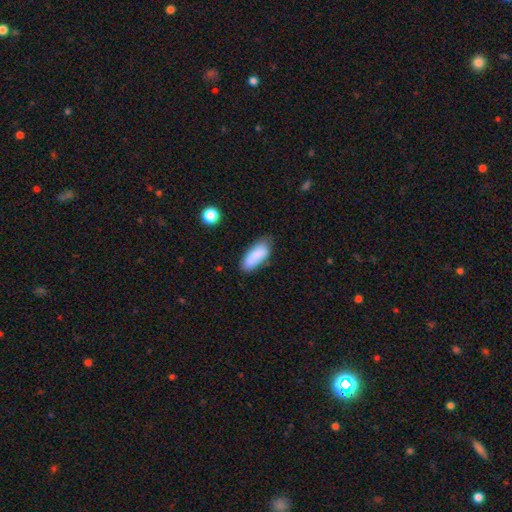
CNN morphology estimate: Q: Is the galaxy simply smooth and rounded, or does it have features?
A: smooth — 85%.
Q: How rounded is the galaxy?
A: in between — 78%.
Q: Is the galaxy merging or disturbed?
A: none — 67%.